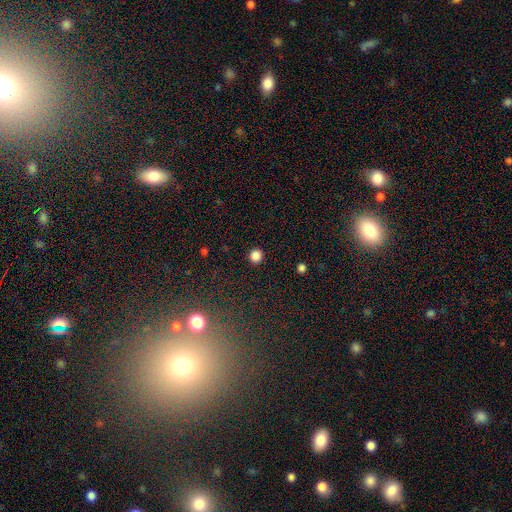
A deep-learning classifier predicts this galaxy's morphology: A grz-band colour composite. It shows a smooth galaxy with no disk features (85%) that is round (92%). Merging: none (92%).